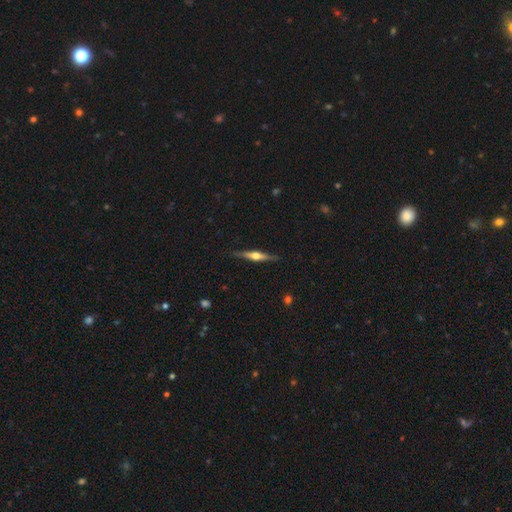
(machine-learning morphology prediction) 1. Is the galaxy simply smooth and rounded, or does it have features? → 73% featured or disk, 21% smooth, 6% star or artifact.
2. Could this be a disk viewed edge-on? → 98% yes, 2% no.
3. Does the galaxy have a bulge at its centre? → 93% rounded, 4% boxy, 2% none.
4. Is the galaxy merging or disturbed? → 89% none, 8% minor disturbance, 2% major disturbance, 1% merger.